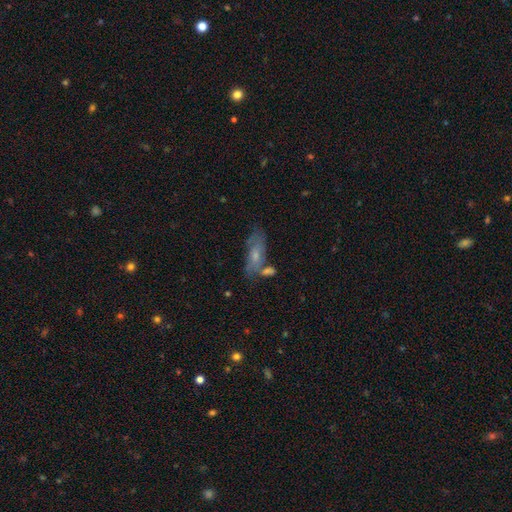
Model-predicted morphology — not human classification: Q: Smooth or featured?
A: smooth (48%); runner-up: featured or disk (42%)
Q: Merging?
A: none (51%); runner-up: merger (20%)